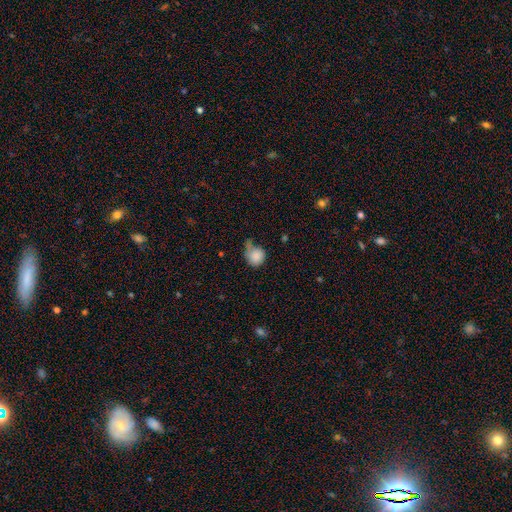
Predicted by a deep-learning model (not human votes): smooth-or-featured: smooth: 83% | featured or disk: 10% | star or artifact: 7%
  how-rounded: round: 76% | in between: 23% | cigar-shaped: 1%
  merging: none: 34% | minor disturbance: 31% | major disturbance: 25% | merger: 9%